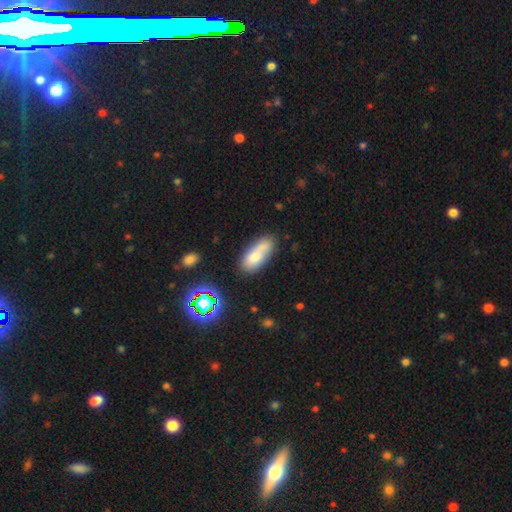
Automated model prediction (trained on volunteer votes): smooth_or_featured: smooth (p=0.70) [alt: featured or disk p=0.20]
how_rounded: in between (p=0.82) [alt: cigar-shaped p=0.14]
merging: none (p=0.52) [alt: minor disturbance p=0.21]